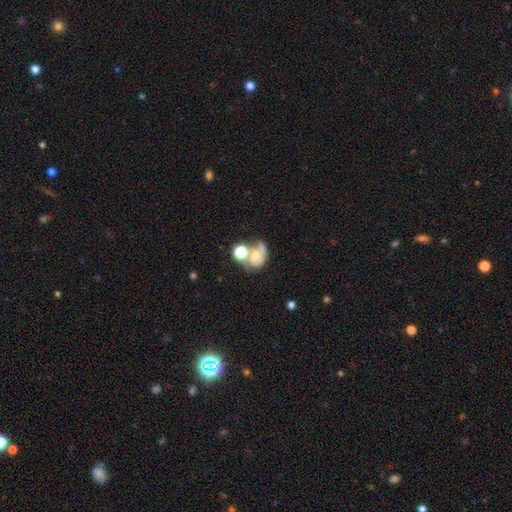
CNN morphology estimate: This appears to be a featured or disk galaxy (59%) with no bar (70%), spiral arms (73%) and a moderate central bulge (45%). Merging: merger (44%).